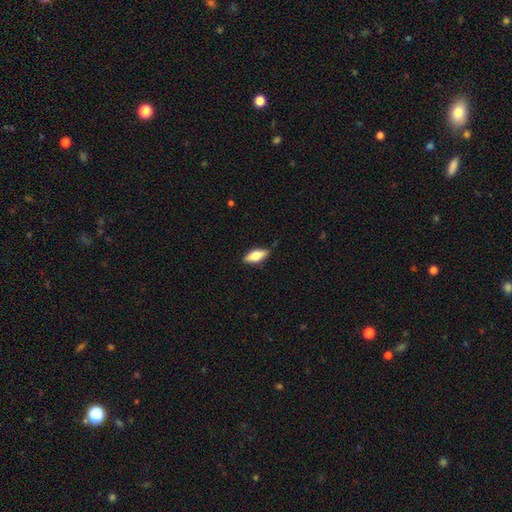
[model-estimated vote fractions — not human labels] smooth 64%, featured or disk 30%, star or artifact 6%. Down the decision tree: how rounded — in between (74%); merging — none (85%).